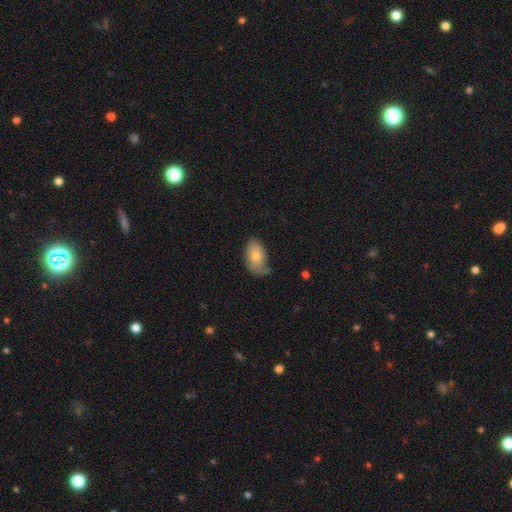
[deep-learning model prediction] Smooth or featured?
  - smooth: 77% *
  - featured or disk: 16%
  - star or artifact: 7%
How rounded?
  - in between: 92% *
  - round: 6%
  - cigar-shaped: 2%
Merging?
  - none: 58% *
  - minor disturbance: 31%
  - major disturbance: 7%
  - merger: 4%